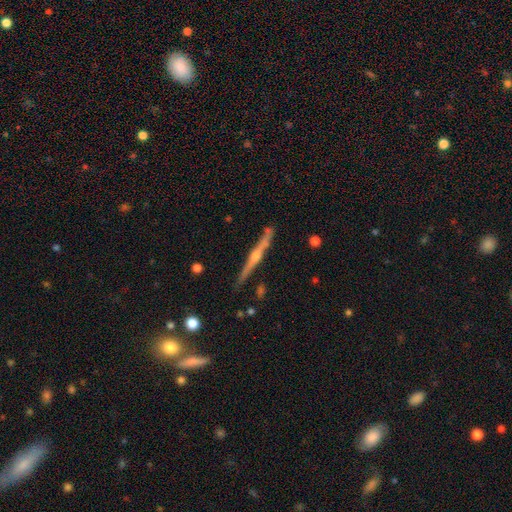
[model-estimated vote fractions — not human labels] A featured or disk galaxy (80%) viewed edge-on (98%) with a rounded central bulge (84%).

Vote fractions:
- Smooth or featured? featured or disk: 80% / smooth: 15% / star or artifact: 6%
- Edge-on disk? yes: 98% / no: 2%
- Edge-on bulge? rounded: 84% / none: 9% / boxy: 8%
- Merging? none: 86% / minor disturbance: 10% / merger: 3% / major disturbance: 2%